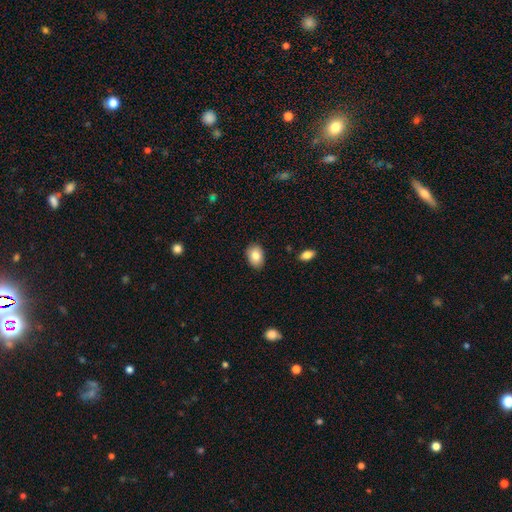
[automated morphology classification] A smooth galaxy with no disk features (83%) that is in between round and cigar-shaped (82%).

Vote fractions:
- Smooth or featured? smooth: 83% / featured or disk: 10% / star or artifact: 7%
- How rounded? in between: 82% / round: 17% / cigar-shaped: 1%
- Merging? none: 87% / minor disturbance: 10% / major disturbance: 2% / merger: 1%